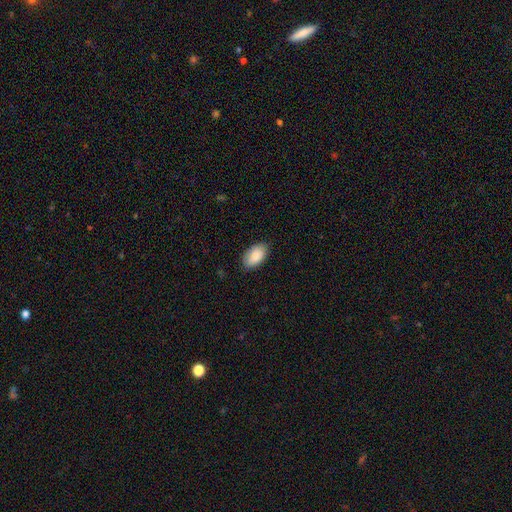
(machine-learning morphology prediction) type=smooth (87%); roundness=in between (95%); merging=none (83%).